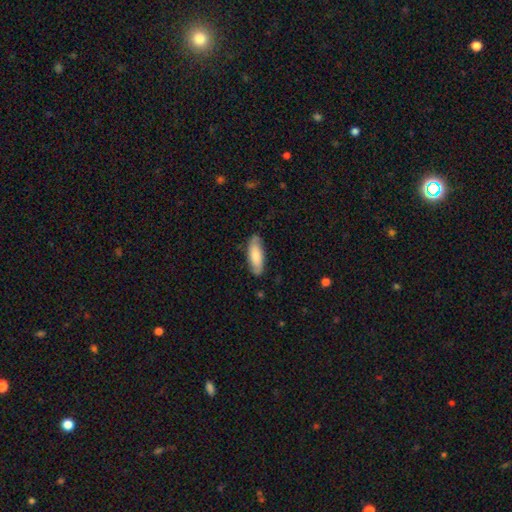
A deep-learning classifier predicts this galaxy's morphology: Smooth or featured? smooth (75%)
How rounded? in between (64%)
Merging? none (82%)